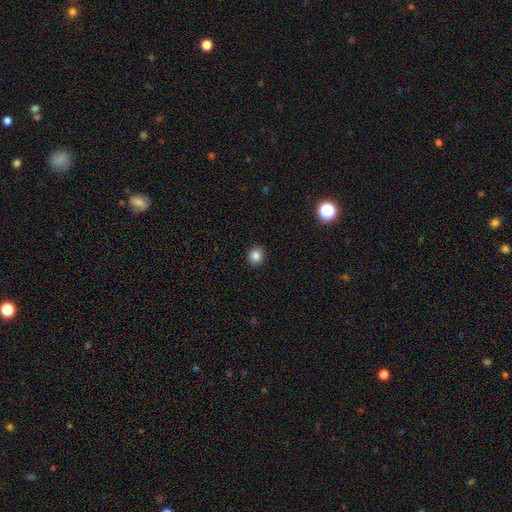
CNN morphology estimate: smooth-or-featured: smooth: 85% | star or artifact: 11% | featured or disk: 4%
  how-rounded: round: 86% | in between: 13% | cigar-shaped: 1%
  merging: none: 92% | minor disturbance: 6% | major disturbance: 2% | merger: 1%